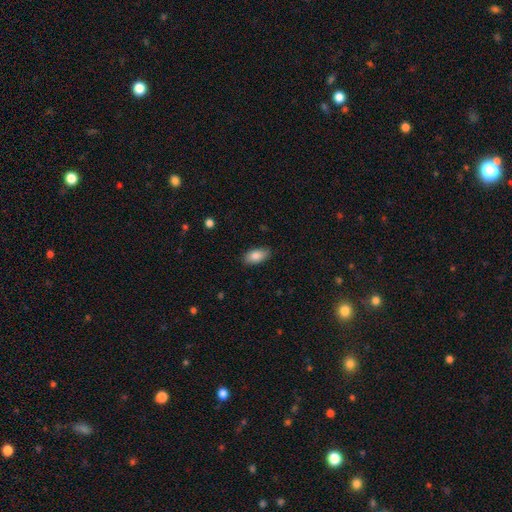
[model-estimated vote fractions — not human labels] A smooth galaxy with no disk features (86%) that is in between round and cigar-shaped (93%). Merging: none (86%).